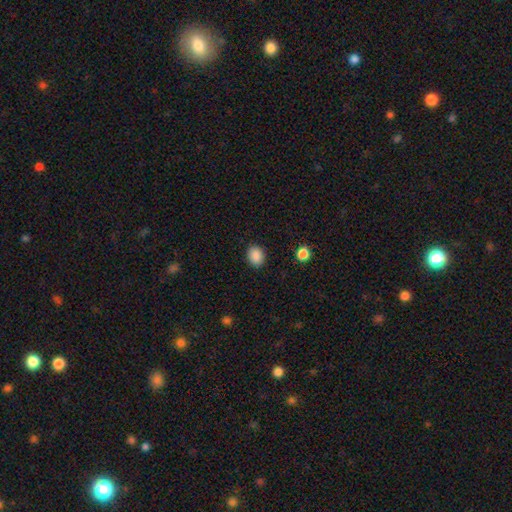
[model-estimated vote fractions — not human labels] Morphology: type=smooth (88%); roundness=round (52%); merging=none (89%).